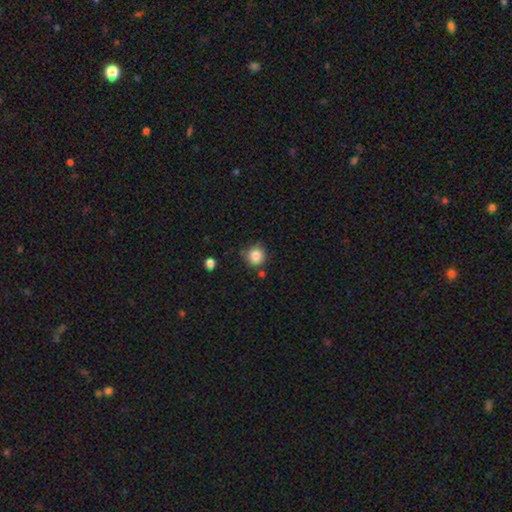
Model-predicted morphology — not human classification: The model was most divided on "merging": none: 73%, minor disturbance: 17%, merger: 6%, major disturbance: 4%. More confident: how rounded — round (91%); smooth or featured — smooth (84%).